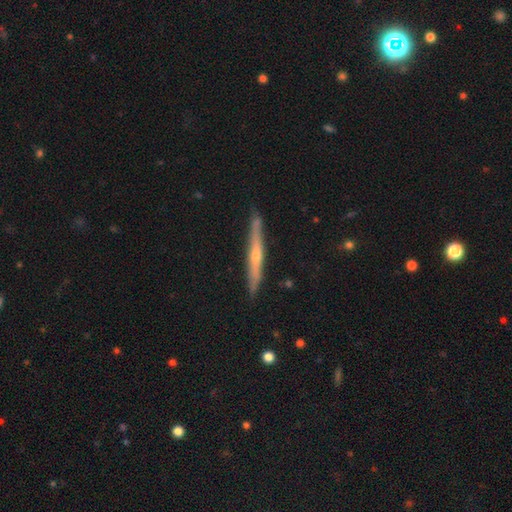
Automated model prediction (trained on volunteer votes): Smooth or featured? featured or disk (66%)
Edge-on disk? yes (97%)
Edge-on bulge? rounded (67%)
Merging? none (87%)